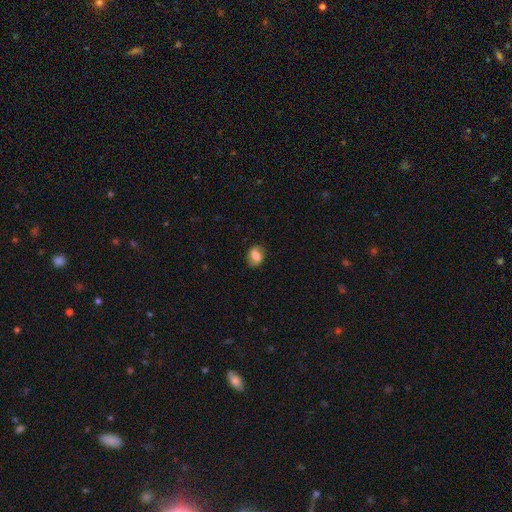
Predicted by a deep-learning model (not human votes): This is likely a smooth galaxy (71%). How rounded: likely in between (67%). Merging: likely none (77%).